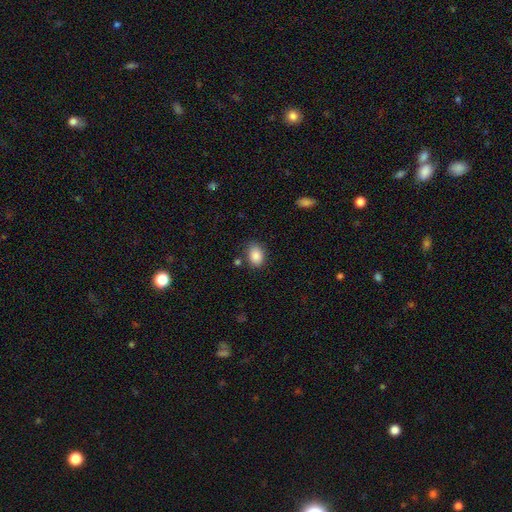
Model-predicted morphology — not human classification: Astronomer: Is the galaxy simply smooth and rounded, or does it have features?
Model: smooth — 87%.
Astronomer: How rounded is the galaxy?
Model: in between — 76%.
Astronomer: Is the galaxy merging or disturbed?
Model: none — 77%.